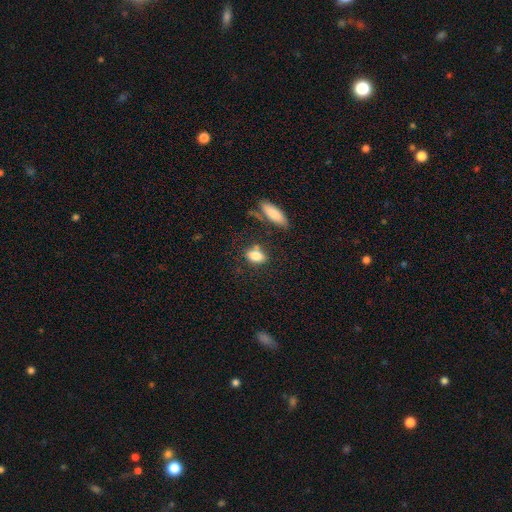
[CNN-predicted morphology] This is clearly a smooth galaxy (82%). How rounded: likely in between (78%). Merging: likely none (64%).